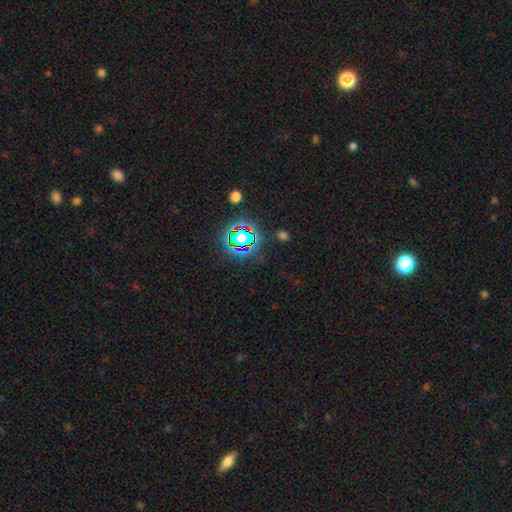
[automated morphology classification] smooth-or-featured: star or artifact: 79% | smooth: 13% | featured or disk: 8%